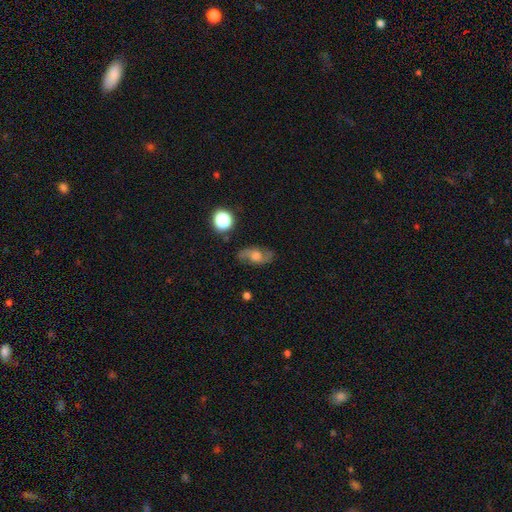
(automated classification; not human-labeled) Smooth or featured?
  - featured or disk: 61% *
  - smooth: 27%
  - star or artifact: 12%
Edge-on disk?
  - no: 91% *
  - yes: 9%
Bar?
  - no: 65% *
  - weak: 29%
  - strong: 6%
Spiral arms?
  - yes: 87% *
  - no: 13%
Bulge size?
  - moderate: 44% *
  - large: 30%
  - small: 16%
  - none: 7%
  - dominant: 4%
Merging?
  - none: 75% *
  - minor disturbance: 17%
  - major disturbance: 6%
  - merger: 2%